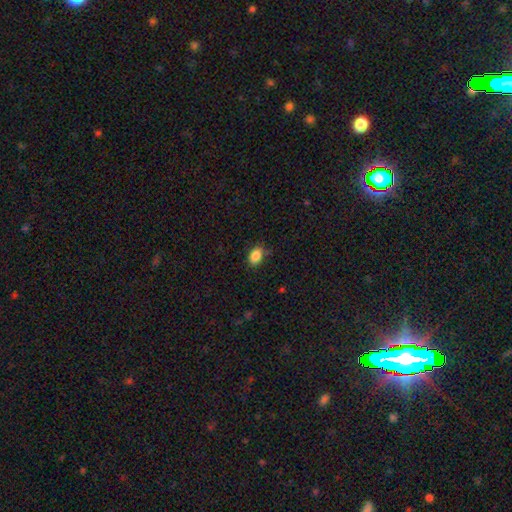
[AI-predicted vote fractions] A smooth galaxy with no disk features (87%) that is in between round and cigar-shaped (83%). Merging: none (78%).